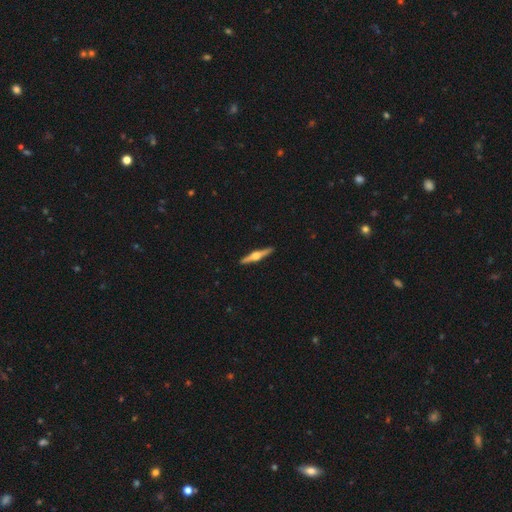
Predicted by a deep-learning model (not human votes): Smooth or featured: featured or disk — 79% (smooth — 16%)
Edge-on disk: yes — 98% (no — 2%)
Edge-on bulge: rounded — 94% (boxy — 4%)
Merging: none — 92% (minor disturbance — 6%)